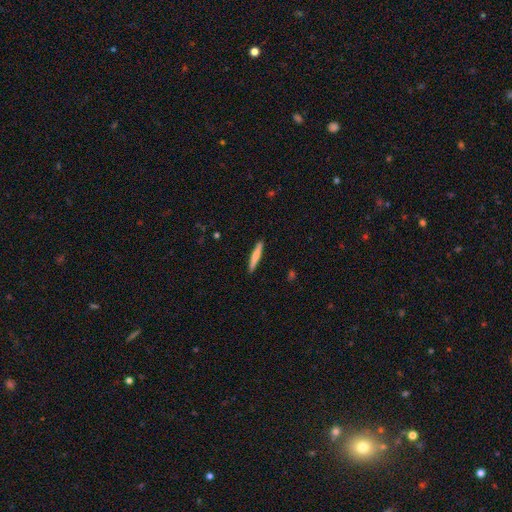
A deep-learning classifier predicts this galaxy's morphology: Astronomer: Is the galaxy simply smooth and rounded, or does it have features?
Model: smooth — 72%.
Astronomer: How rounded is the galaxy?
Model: cigar-shaped — 94%.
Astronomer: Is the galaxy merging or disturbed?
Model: none — 91%.